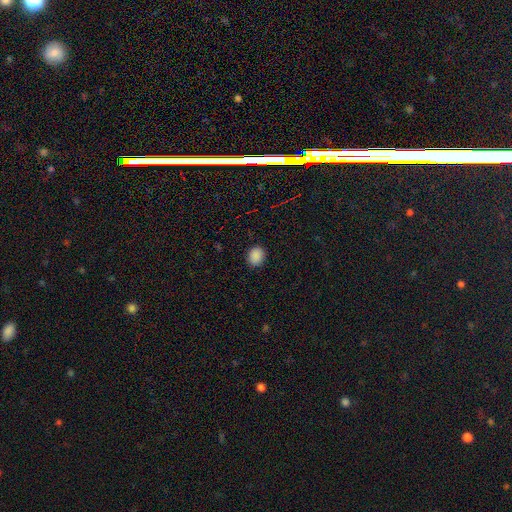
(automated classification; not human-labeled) smooth-or-featured: smooth: 88% | star or artifact: 10% | featured or disk: 3%
  how-rounded: round: 56% | in between: 43% | cigar-shaped: 1%
  merging: none: 89% | minor disturbance: 8% | major disturbance: 2% | merger: 1%